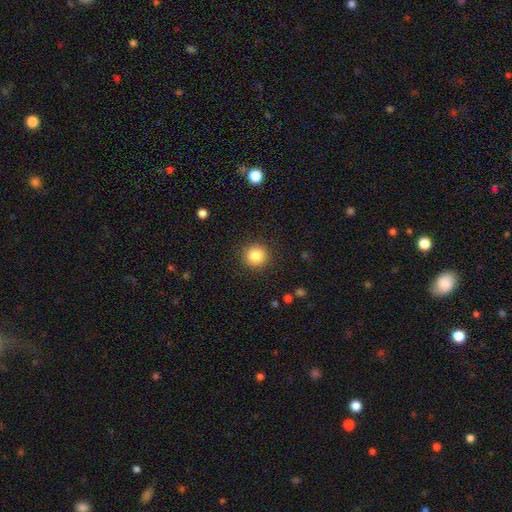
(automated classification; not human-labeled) Smooth or featured: smooth — 84% (star or artifact — 10%)
How rounded: round — 94% (in between — 5%)
Merging: none — 91% (minor disturbance — 6%)